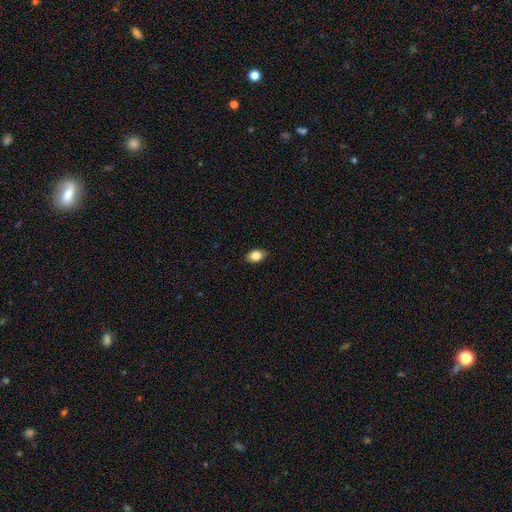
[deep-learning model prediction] Overall: smooth (85%). How rounded: in between (85%). Merging: none (88%).